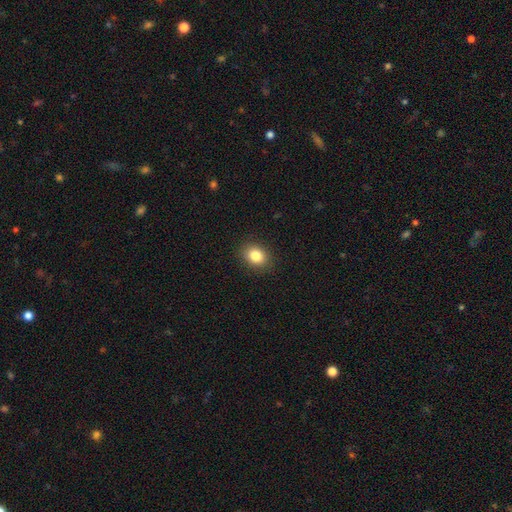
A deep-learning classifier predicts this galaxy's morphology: Q: Smooth or featured?
A: smooth (84%); runner-up: star or artifact (10%)
Q: How rounded?
A: in between (55%); runner-up: round (44%)
Q: Merging?
A: none (89%); runner-up: minor disturbance (8%)